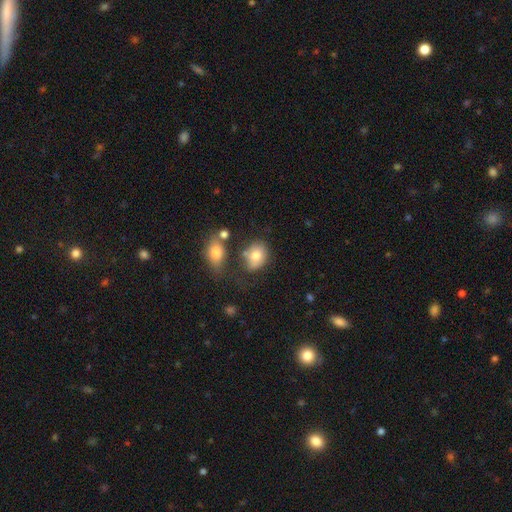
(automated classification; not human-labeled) This appears to be a smooth galaxy with no disk features (78%) that is in between round and cigar-shaped (60%). Merging: none (56%).